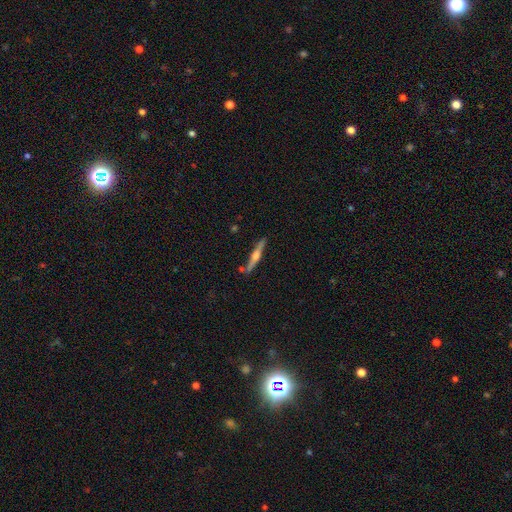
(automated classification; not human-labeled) A featured or disk galaxy (72%) viewed edge-on (98%) with a rounded central bulge (90%). Merging: none (84%).